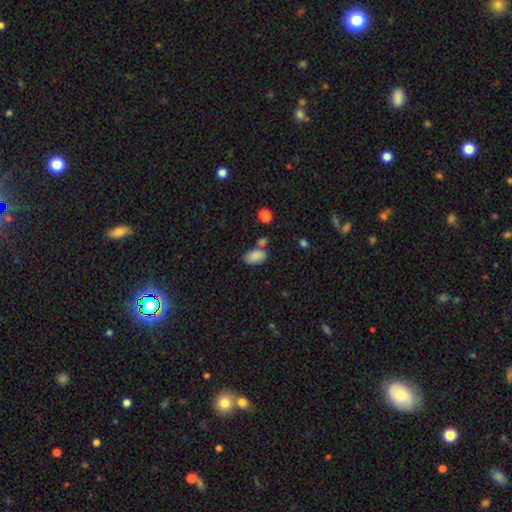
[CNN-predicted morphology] Smooth or featured? Predicted: smooth (p=0.86). How rounded? Predicted: in between (p=0.94). Merging? Predicted: none (p=0.60).